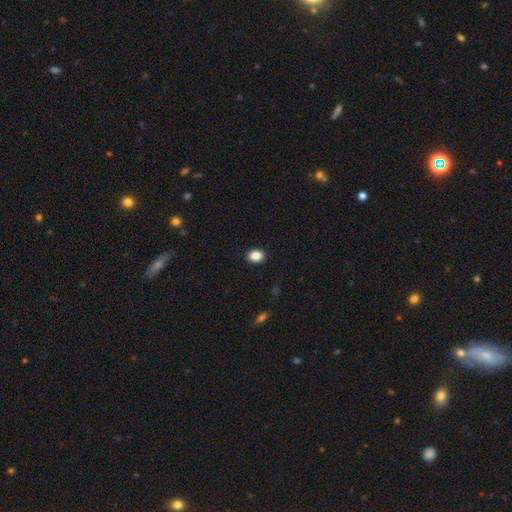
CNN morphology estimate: Smooth or featured? Predicted: smooth (p=0.88). How rounded? Predicted: in between (p=0.64). Merging? Predicted: none (p=0.91).